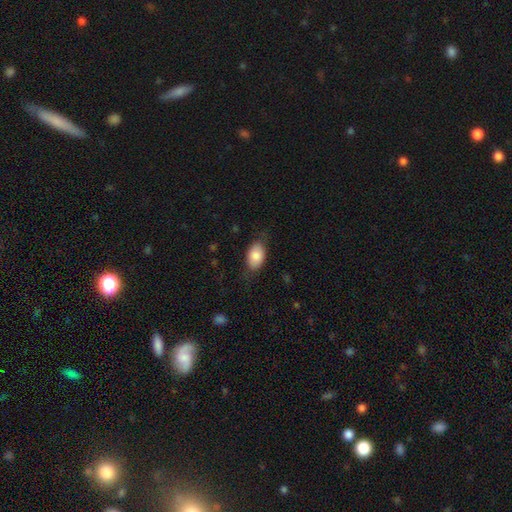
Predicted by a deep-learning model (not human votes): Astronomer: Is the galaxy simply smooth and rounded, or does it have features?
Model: smooth — 83%.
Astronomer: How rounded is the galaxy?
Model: in between — 89%.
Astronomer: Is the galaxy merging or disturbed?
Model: none — 73%.